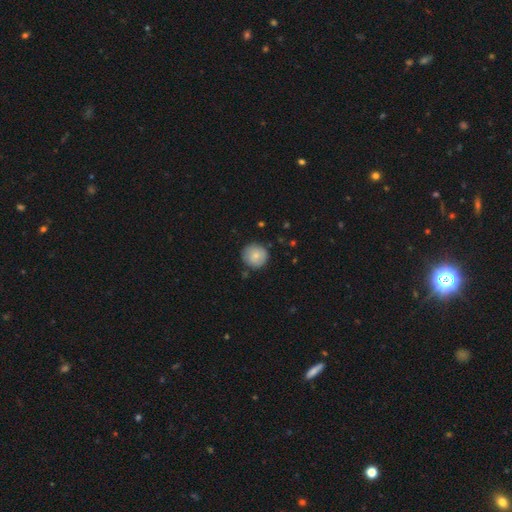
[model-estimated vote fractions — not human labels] A smooth galaxy with no disk features (77%) that is round (94%). Merging: none (85%).